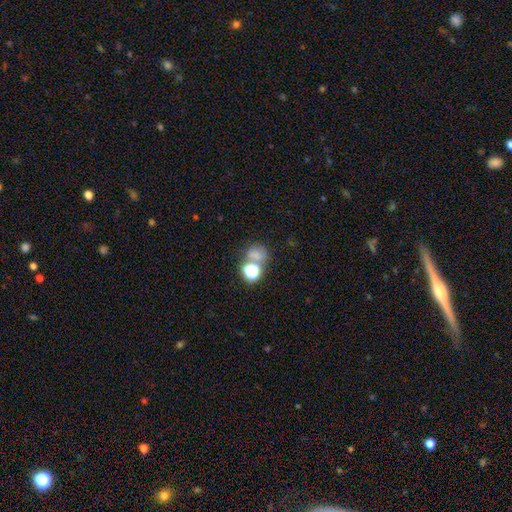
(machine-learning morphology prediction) Smooth or featured? Predicted: smooth (p=0.63). How rounded? Predicted: round (p=0.70). Merging? Predicted: none (p=0.45).